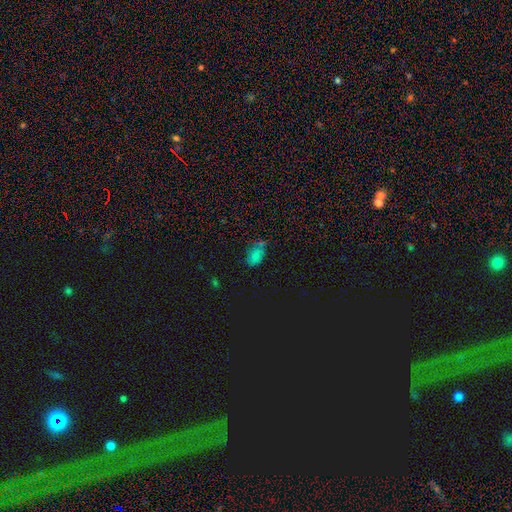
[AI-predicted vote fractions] A smooth galaxy with no disk features (60%) that is in between round and cigar-shaped (82%).

Vote fractions:
- Smooth or featured? smooth: 60% / star or artifact: 32% / featured or disk: 8%
- How rounded? in between: 82% / round: 16% / cigar-shaped: 2%
- Merging? none: 60% / minor disturbance: 22% / merger: 11% / major disturbance: 7%